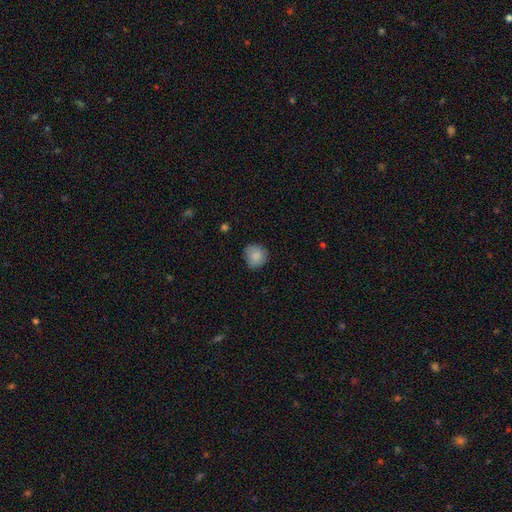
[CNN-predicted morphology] Smooth or featured: smooth — 86% (star or artifact — 8%)
How rounded: round — 88% (in between — 11%)
Merging: none — 78% (minor disturbance — 17%)